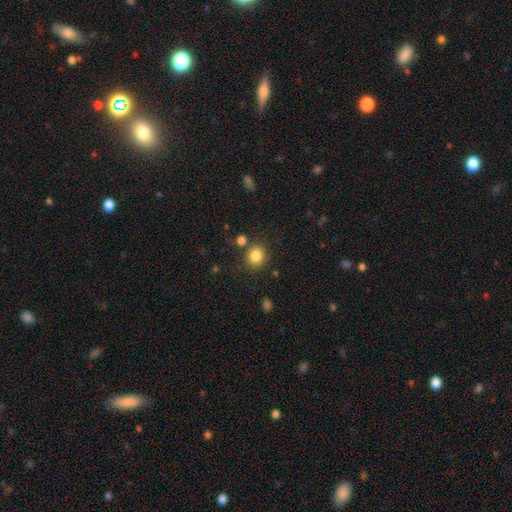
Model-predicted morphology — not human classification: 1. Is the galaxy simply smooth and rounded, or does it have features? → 84% smooth, 11% star or artifact, 6% featured or disk.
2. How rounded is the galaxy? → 71% round, 28% in between, 1% cigar-shaped.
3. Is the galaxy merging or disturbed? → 80% none, 10% minor disturbance, 7% merger, 3% major disturbance.